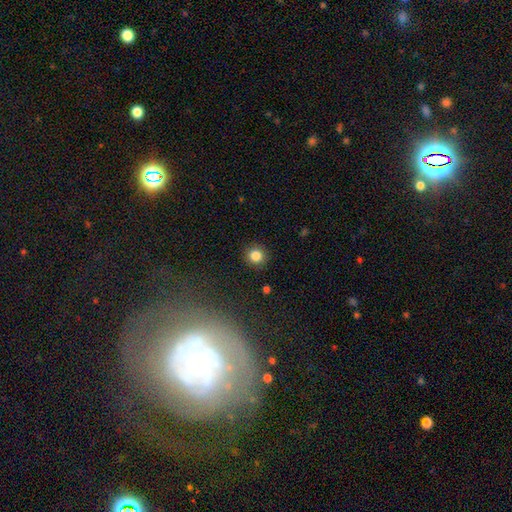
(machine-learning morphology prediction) This is clearly a smooth galaxy (84%). How rounded: clearly round (91%). Merging: clearly none (90%).